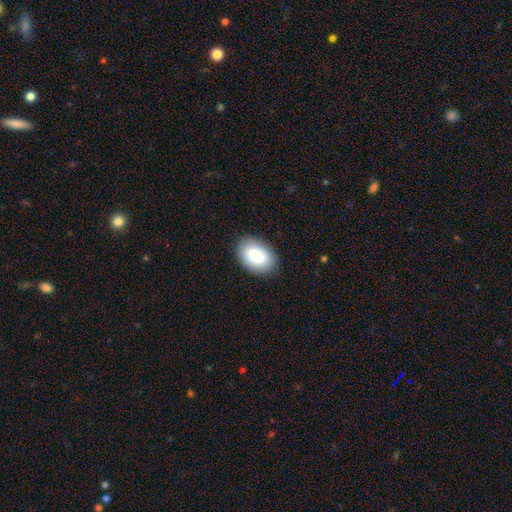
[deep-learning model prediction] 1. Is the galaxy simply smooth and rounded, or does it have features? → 85% smooth, 8% featured or disk, 6% star or artifact.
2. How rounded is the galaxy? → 90% in between, 9% round, 1% cigar-shaped.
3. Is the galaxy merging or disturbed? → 87% none, 9% minor disturbance, 2% major disturbance, 1% merger.